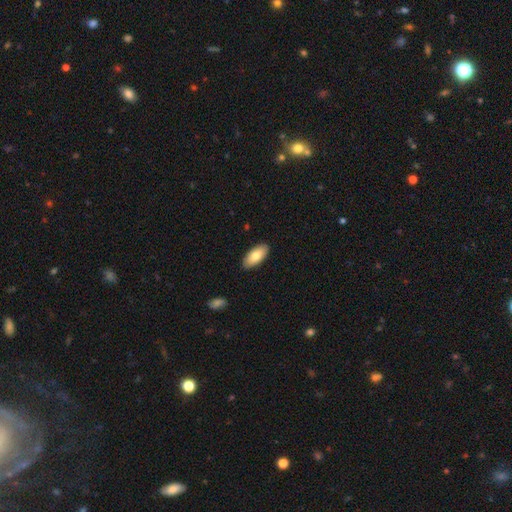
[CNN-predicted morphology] A smooth galaxy with no disk features (79%) that is in between round and cigar-shaped (91%).

Vote fractions:
- Smooth or featured? smooth: 79% / featured or disk: 15% / star or artifact: 6%
- How rounded? in between: 91% / cigar-shaped: 7% / round: 2%
- Merging? none: 89% / minor disturbance: 9% / major disturbance: 2% / merger: 1%